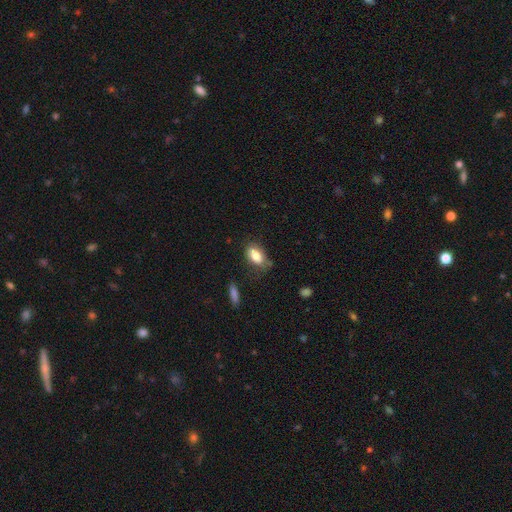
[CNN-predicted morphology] Smooth or featured: smooth — 79% (featured or disk — 14%)
How rounded: in between — 89% (round — 6%)
Merging: none — 61% (minor disturbance — 27%)